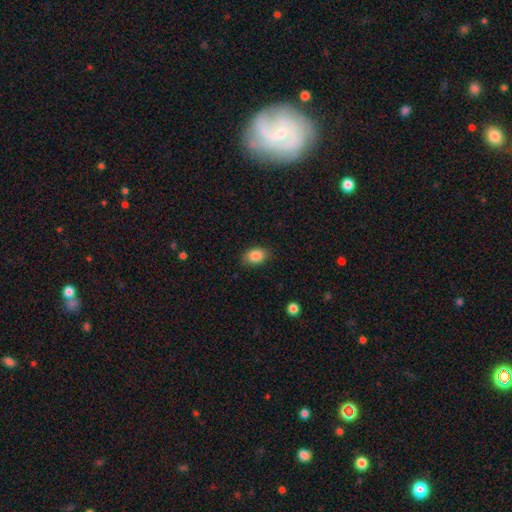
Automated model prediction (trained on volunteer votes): Smooth or featured? smooth (87%)
How rounded? in between (80%)
Merging? none (84%)